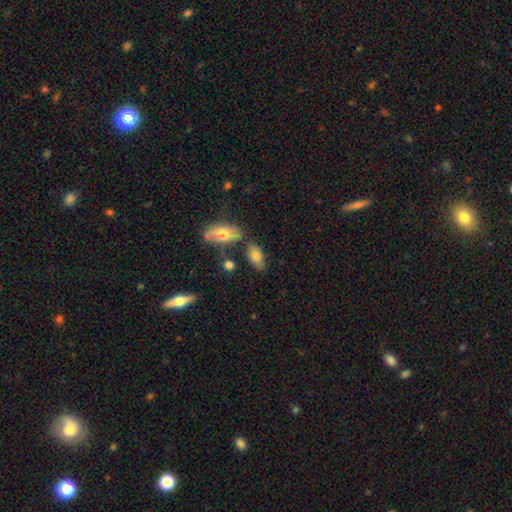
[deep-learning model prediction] Smooth or featured? smooth (76%)
How rounded? in between (90%)
Merging? none (68%)